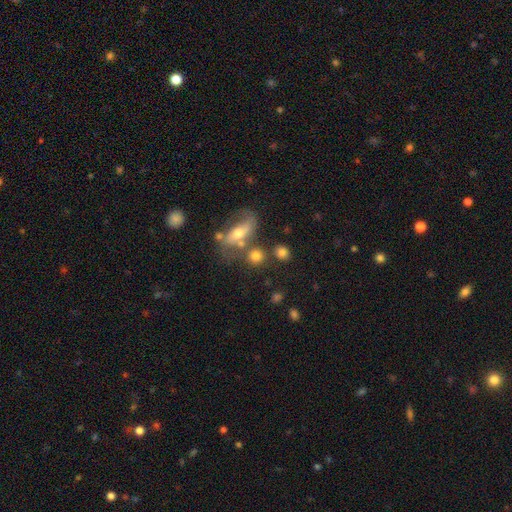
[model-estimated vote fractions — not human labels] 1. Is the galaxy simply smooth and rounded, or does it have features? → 72% smooth, 17% featured or disk, 11% star or artifact.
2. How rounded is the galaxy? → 70% round, 26% in between, 4% cigar-shaped.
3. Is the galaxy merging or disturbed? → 51% none, 27% merger, 13% minor disturbance, 9% major disturbance.